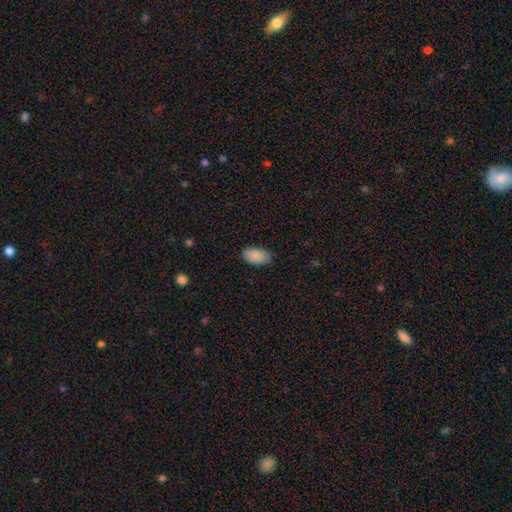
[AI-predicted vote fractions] smooth 90%, star or artifact 7%, featured or disk 3%. Down the decision tree: how rounded — in between (95%); merging — none (84%).